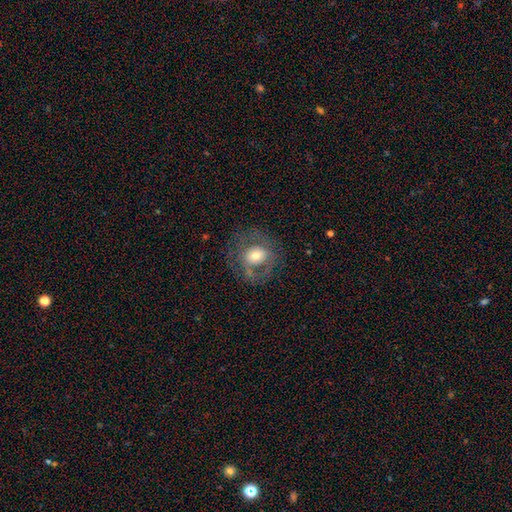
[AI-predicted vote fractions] This appears to be a smooth galaxy with no disk features (50%). Merging: none (65%).